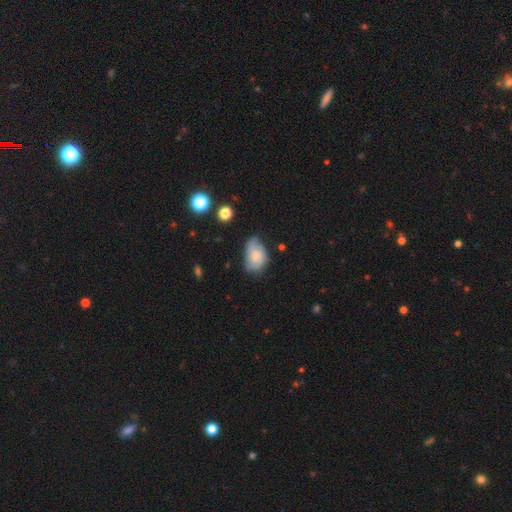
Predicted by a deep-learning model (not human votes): The model was most divided on "smooth or featured" (2-way tie): featured or disk: 46%, smooth: 46%, star or artifact: 8%. Remaining: merging — none (49%).